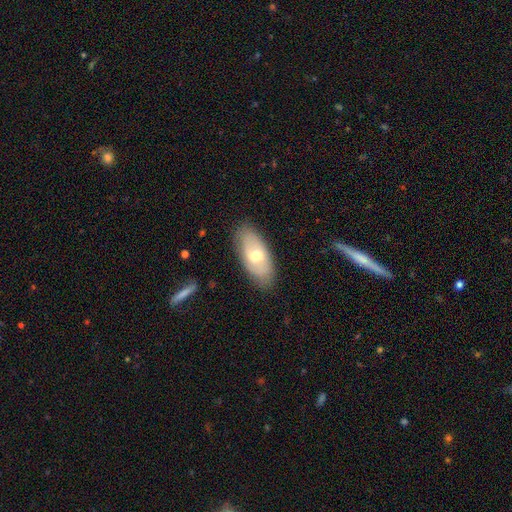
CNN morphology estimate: smooth 55%, featured or disk 39%, star or artifact 7%. Down the decision tree: how rounded — in between (90%); merging — none (82%).